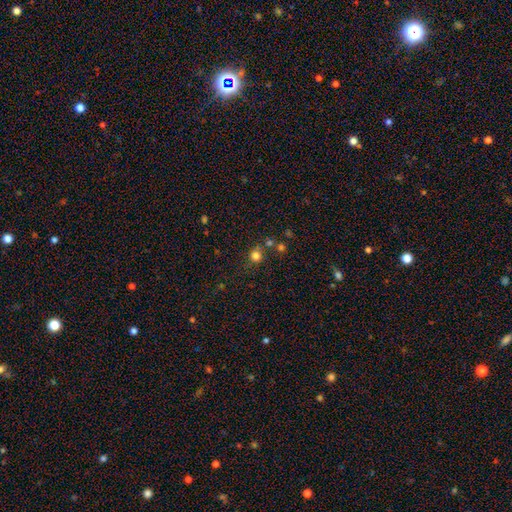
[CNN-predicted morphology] type=smooth (78%); roundness=round (89%); merging=none (73%).